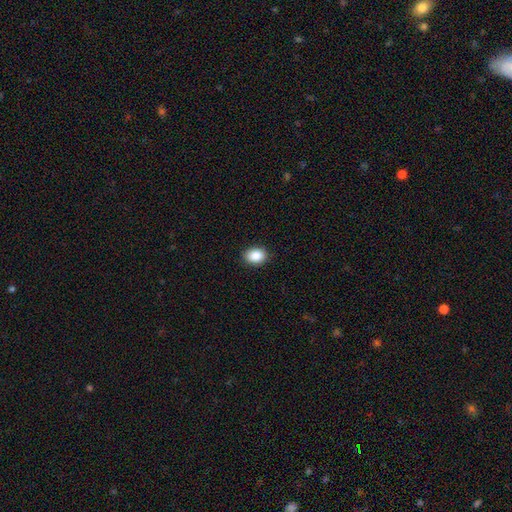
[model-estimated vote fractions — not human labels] Overall: smooth (88%). How rounded: in between (69%; round 30%). Merging: none (89%).